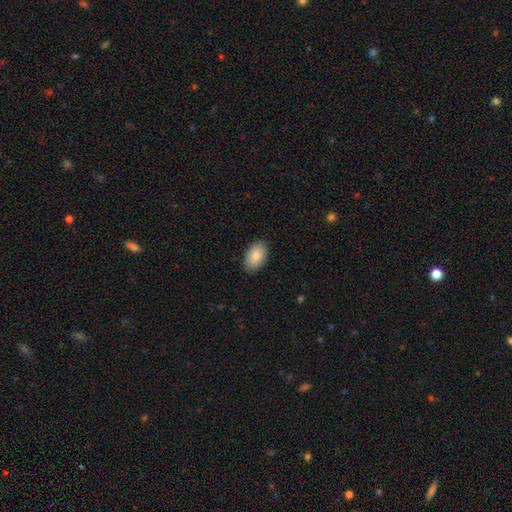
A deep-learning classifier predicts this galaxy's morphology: Smooth or featured: smooth — 84% (featured or disk — 9%)
How rounded: in between — 93% (round — 5%)
Merging: none — 88% (minor disturbance — 9%)